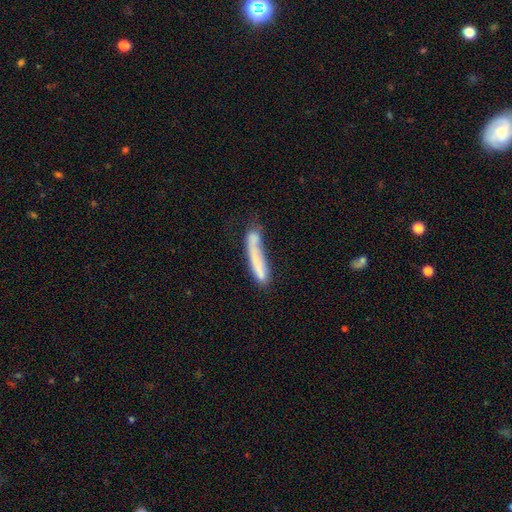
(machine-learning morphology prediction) smooth_or_featured: smooth (p=0.65) [alt: featured or disk p=0.27]
how_rounded: cigar-shaped (p=0.91) [alt: in between p=0.07]
merging: none (p=0.45) [alt: minor disturbance p=0.23]